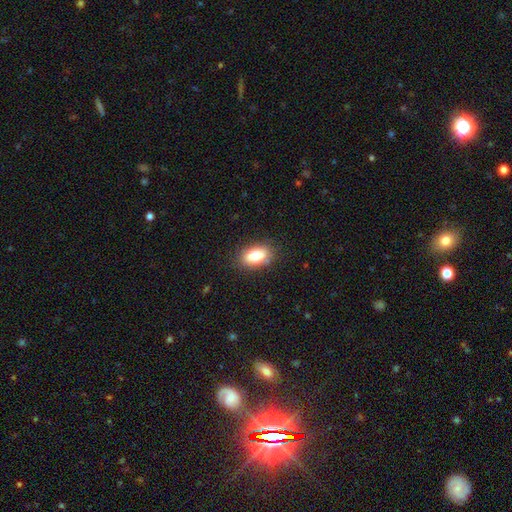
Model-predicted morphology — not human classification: Smooth or featured?
  - smooth: 80% *
  - featured or disk: 12%
  - star or artifact: 8%
How rounded?
  - in between: 89% *
  - round: 6%
  - cigar-shaped: 4%
Merging?
  - none: 83% *
  - minor disturbance: 12%
  - major disturbance: 3%
  - merger: 1%